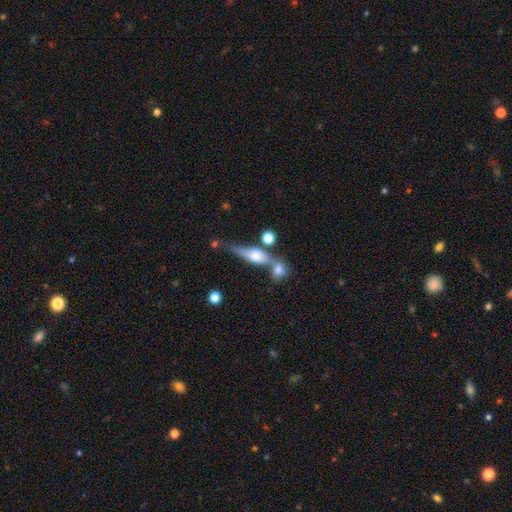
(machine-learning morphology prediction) Smooth or featured: featured or disk — 54% (smooth — 38%)
Edge-on disk: yes — 84% (no — 16%)
Merging: none — 47% (merger — 32%)